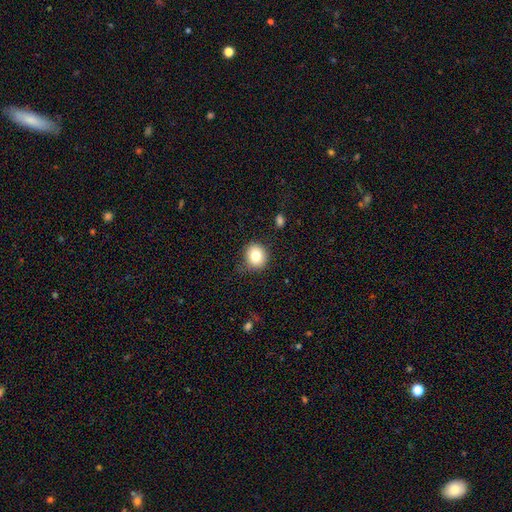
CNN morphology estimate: This appears to be a smooth galaxy with no disk features (79%) that is round (84%). Merging: none (81%).